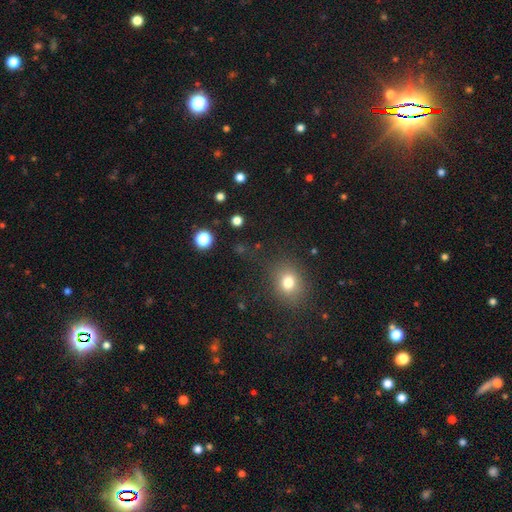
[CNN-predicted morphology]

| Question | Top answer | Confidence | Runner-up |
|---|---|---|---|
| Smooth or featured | smooth | 53% | star or artifact (39%) |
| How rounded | round | 73% | in between (26%) |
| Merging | none | 85% | minor disturbance (9%) |